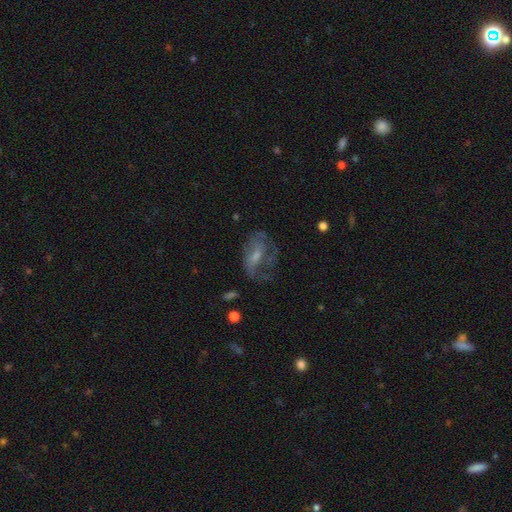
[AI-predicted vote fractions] Smooth or featured? featured or disk (65%)
Edge-on disk? no (95%)
Bar? no (49%)
Spiral arms? yes (69%)
Bulge size? small (51%)
Merging? none (49%)